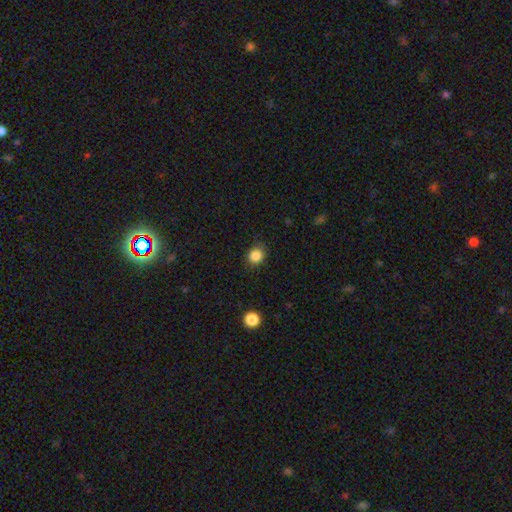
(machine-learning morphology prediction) Smooth or featured? smooth (85%)
How rounded? round (75%)
Merging? none (83%)